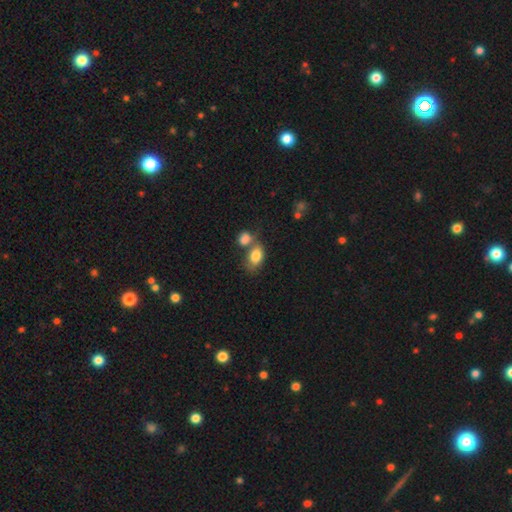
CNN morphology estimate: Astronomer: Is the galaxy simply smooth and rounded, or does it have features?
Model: smooth — 82%.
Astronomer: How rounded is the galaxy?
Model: in between — 83%.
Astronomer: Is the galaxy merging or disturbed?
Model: merger — 45% (runner-up: none, 36%).